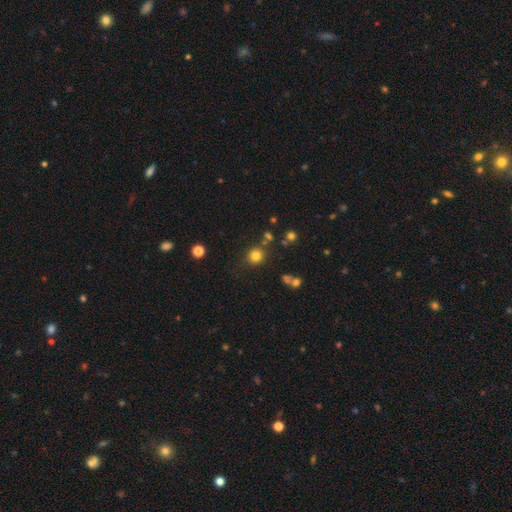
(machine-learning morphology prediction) smooth-or-featured: smooth: 79% | star or artifact: 15% | featured or disk: 7%
  how-rounded: round: 91% | in between: 8% | cigar-shaped: 1%
  merging: none: 80% | minor disturbance: 10% | merger: 6% | major disturbance: 4%